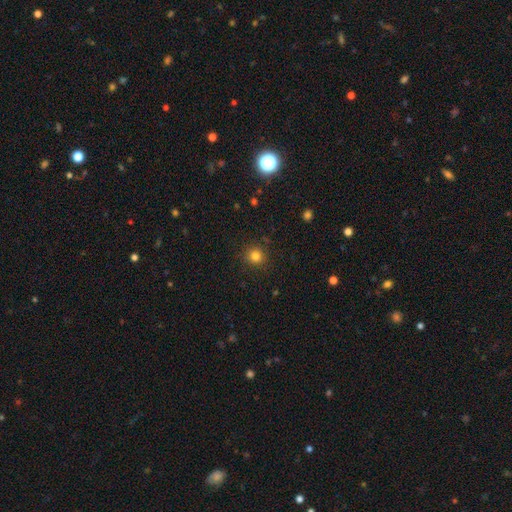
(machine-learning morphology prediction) A smooth galaxy with no disk features (82%) that is round (92%).

Vote fractions:
- Smooth or featured? smooth: 82% / star or artifact: 13% / featured or disk: 5%
- How rounded? round: 92% / in between: 7% / cigar-shaped: 1%
- Merging? none: 90% / minor disturbance: 7% / major disturbance: 2% / merger: 1%